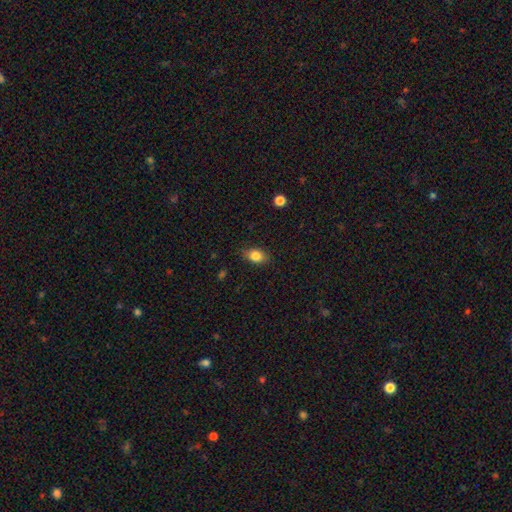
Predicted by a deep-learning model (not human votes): This is clearly a smooth galaxy (83%). How rounded: likely in between (79%). Merging: clearly none (84%).